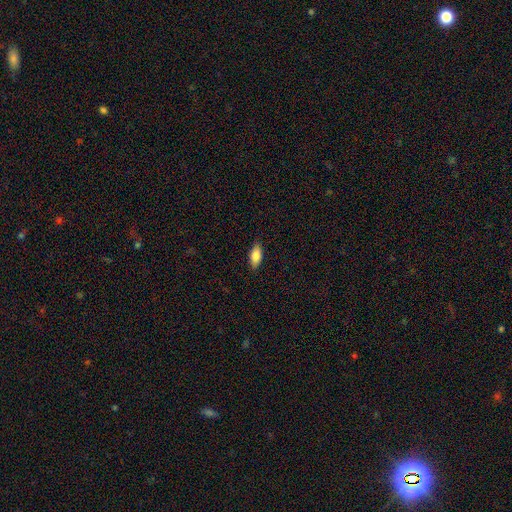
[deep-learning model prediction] Overall: smooth (84%). How rounded: in between (86%). Merging: none (86%).